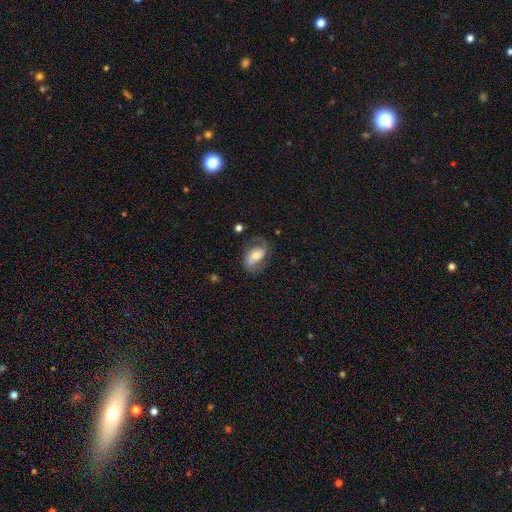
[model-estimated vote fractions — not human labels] Q: Smooth or featured?
A: featured or disk (58%); runner-up: smooth (35%)
Q: Edge-on disk?
A: no (95%); runner-up: yes (5%)
Q: Bar?
A: no (42%); runner-up: weak (34%)
Q: Spiral arms?
A: yes (85%); runner-up: no (15%)
Q: Bulge size?
A: moderate (49%); runner-up: small (30%)
Q: Merging?
A: none (63%); runner-up: minor disturbance (21%)